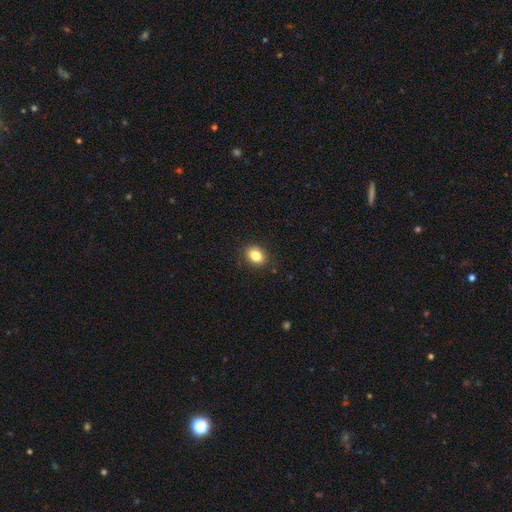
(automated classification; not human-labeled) Smooth or featured: smooth — 83% (star or artifact — 10%)
How rounded: in between — 60% (round — 39%)
Merging: none — 88% (minor disturbance — 9%)